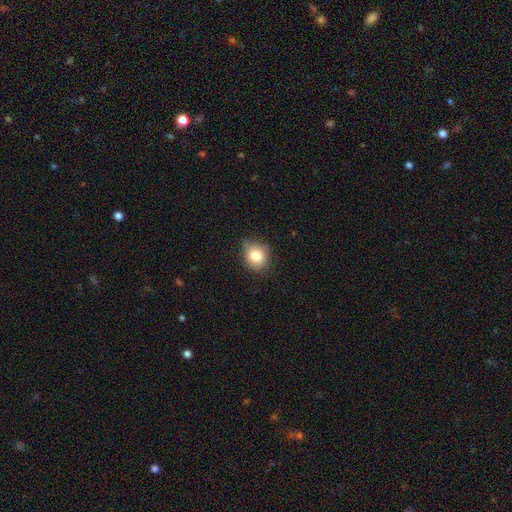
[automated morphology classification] Overall: smooth (82%). How rounded: round (72%). Merging: none (72%).